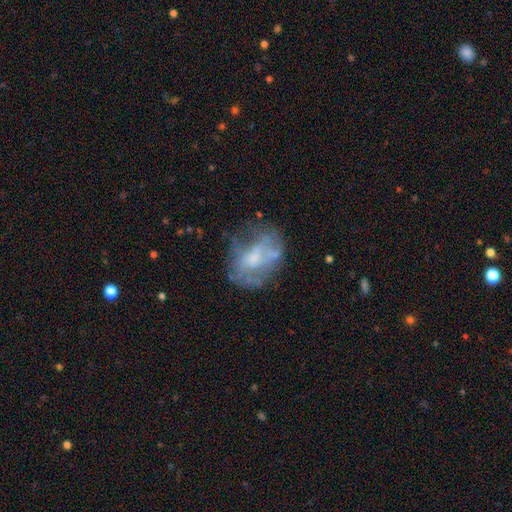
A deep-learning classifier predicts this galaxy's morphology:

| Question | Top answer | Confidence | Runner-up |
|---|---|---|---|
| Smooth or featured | featured or disk | 55% | smooth (33%) |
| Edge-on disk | no | 96% | yes (4%) |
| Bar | no | 70% | weak (24%) |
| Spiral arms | no | 74% | yes (26%) |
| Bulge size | moderate | 37% | small (29%) |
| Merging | none | 49% | major disturbance (23%) |